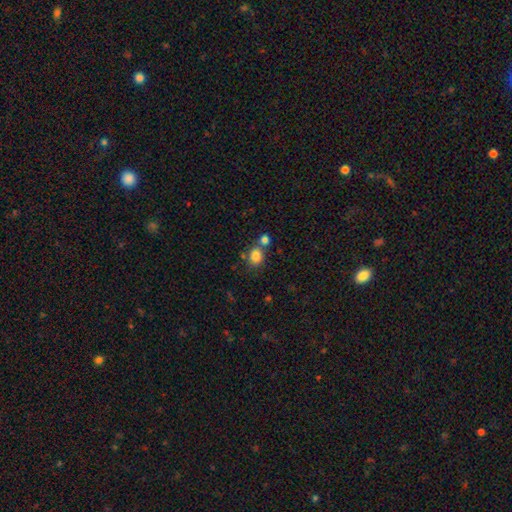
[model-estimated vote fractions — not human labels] A smooth galaxy with no disk features (82%) that is round (58%).

Vote fractions:
- Smooth or featured? smooth: 82% / star or artifact: 11% / featured or disk: 7%
- How rounded? round: 58% / in between: 41% / cigar-shaped: 1%
- Merging? none: 58% / merger: 27% / minor disturbance: 11% / major disturbance: 4%